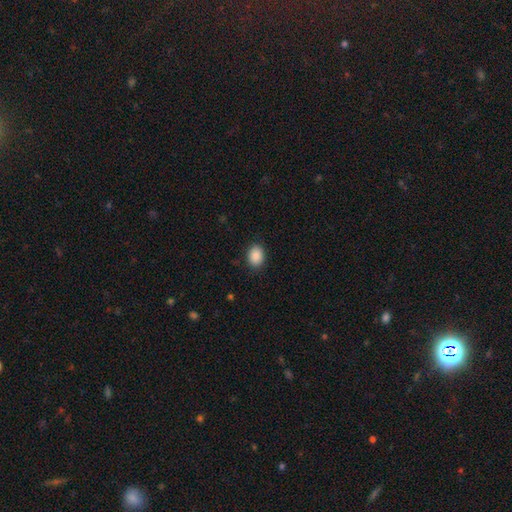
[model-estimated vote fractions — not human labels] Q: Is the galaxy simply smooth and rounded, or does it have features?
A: smooth — 89%.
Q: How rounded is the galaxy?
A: in between — 66%.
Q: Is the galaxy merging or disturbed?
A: none — 89%.